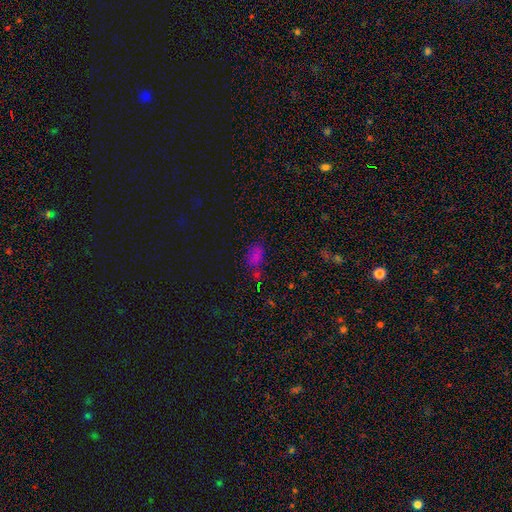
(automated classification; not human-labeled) A smooth galaxy with no disk features (63%) that is in between round and cigar-shaped (87%). Merging: none (56%).